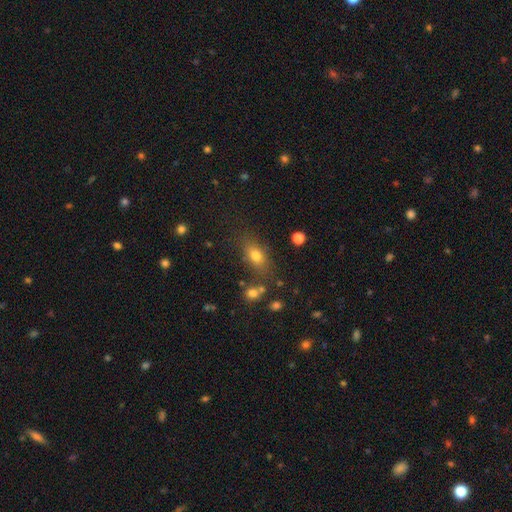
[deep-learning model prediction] This appears to be a smooth galaxy with no disk features (74%) that is in between round and cigar-shaped (74%). Merging: none (73%).